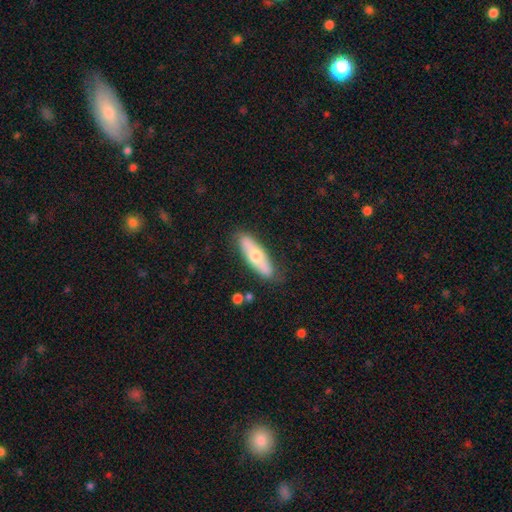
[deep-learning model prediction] Smooth or featured?
  - smooth: 56% *
  - featured or disk: 39%
  - star or artifact: 6%
How rounded?
  - cigar-shaped: 51% *
  - in between: 46%
  - round: 2%
Merging?
  - none: 82% *
  - minor disturbance: 13%
  - major disturbance: 3%
  - merger: 2%